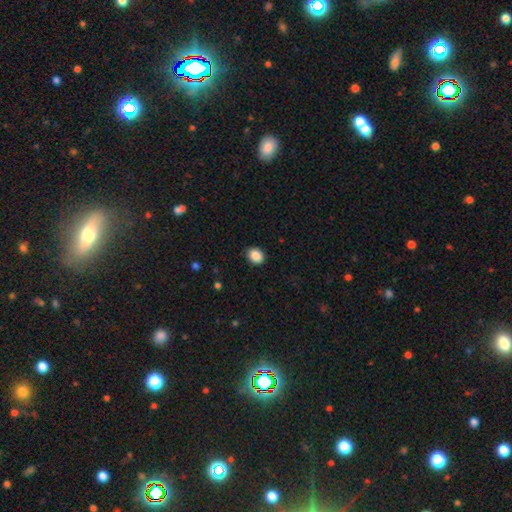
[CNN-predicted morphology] smooth_or_featured: smooth (p=0.88) [alt: star or artifact p=0.09]
how_rounded: round (p=0.53) [alt: in between p=0.46]
merging: none (p=0.89) [alt: minor disturbance p=0.08]